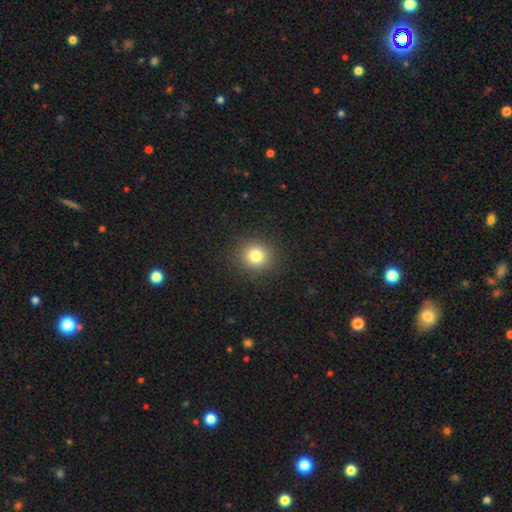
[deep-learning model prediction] This is likely a smooth galaxy (80%). How rounded: clearly round (89%). Merging: clearly none (90%).